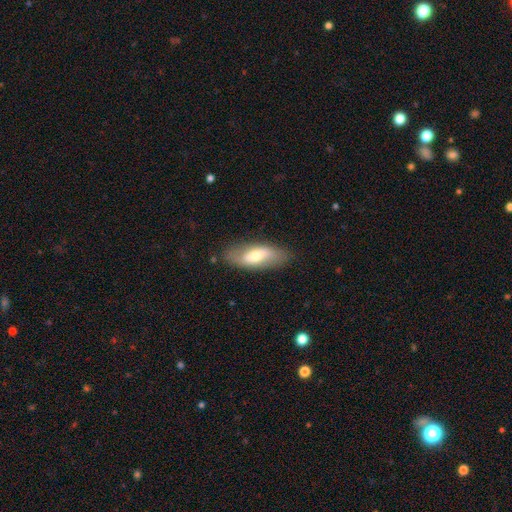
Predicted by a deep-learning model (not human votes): A smooth galaxy with no disk features (49%). Merging: none (82%).